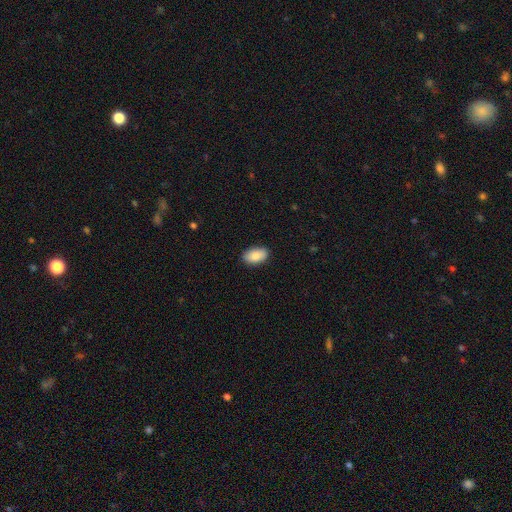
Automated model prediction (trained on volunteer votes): Overall: smooth (88%). How rounded: in between (94%). Merging: none (88%).